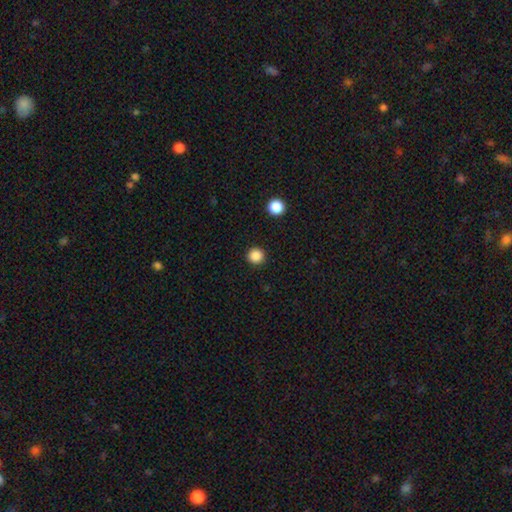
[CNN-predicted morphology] Smooth or featured: smooth — 86% (star or artifact — 11%)
How rounded: round — 95% (in between — 4%)
Merging: none — 92% (minor disturbance — 5%)